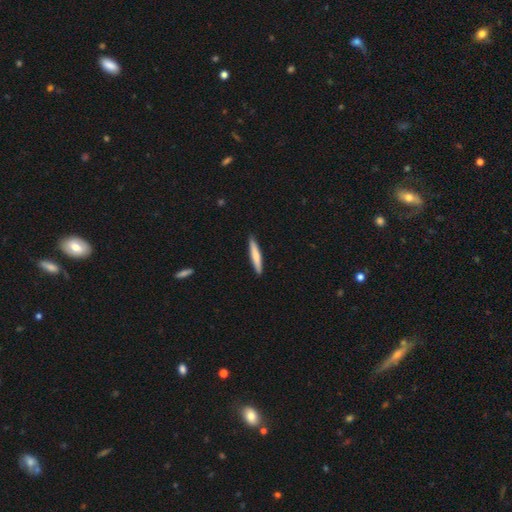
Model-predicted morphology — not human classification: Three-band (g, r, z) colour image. It shows a smooth galaxy with no disk features (69%) that is cigar-shaped (93%). Merging: none (91%).